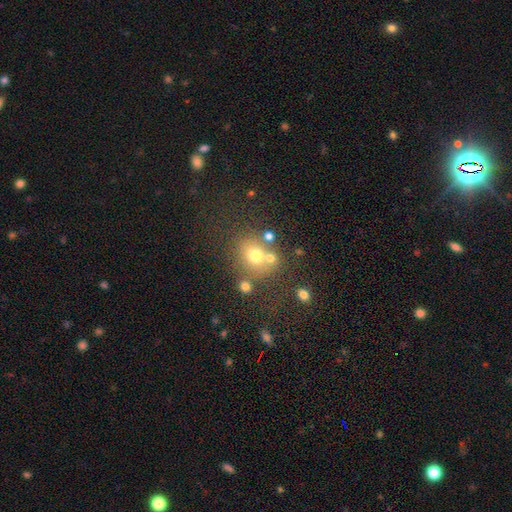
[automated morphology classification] smooth_or_featured: smooth (p=0.68) [alt: star or artifact p=0.18]
how_rounded: round (p=0.76) [alt: in between p=0.23]
merging: none (p=0.59) [alt: merger p=0.23]